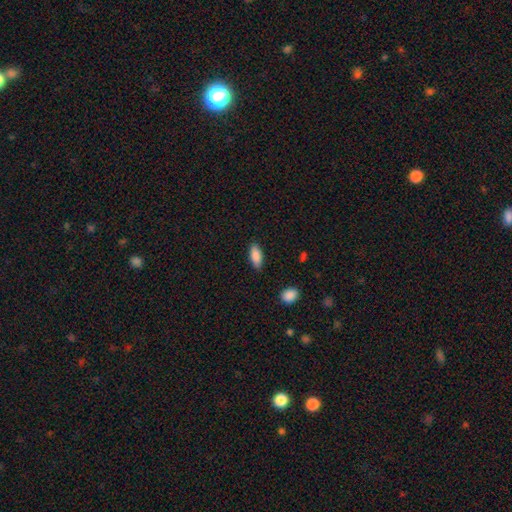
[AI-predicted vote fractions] Overall: smooth (87%). How rounded: in between (81%). Merging: none (85%).